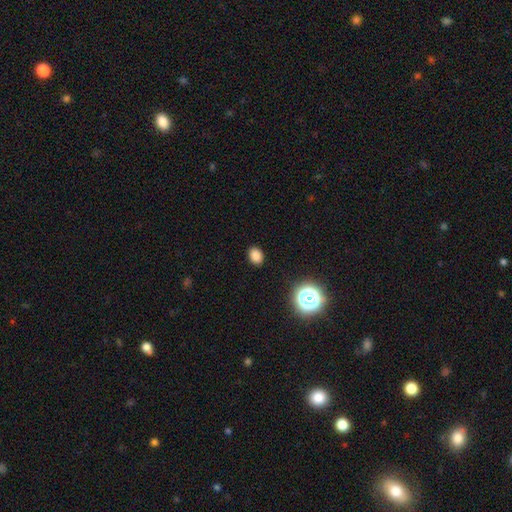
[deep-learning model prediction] This is clearly a smooth galaxy (82%). How rounded: likely in between (65%). Merging: clearly none (89%).